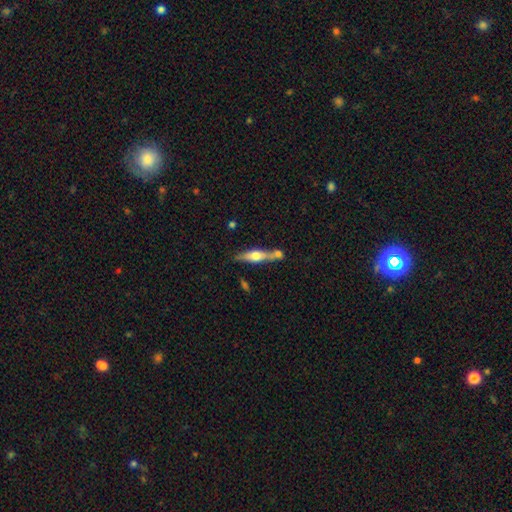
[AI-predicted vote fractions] Morphology: type=featured or disk (54%); edge-on=yes (89%); merging=none (52%).